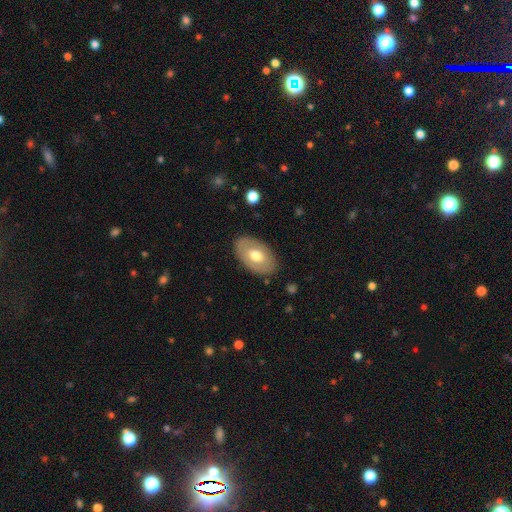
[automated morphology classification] Smooth or featured? Predicted: smooth (p=0.57). How rounded? Predicted: in between (p=0.91). Merging? Predicted: none (p=0.84).